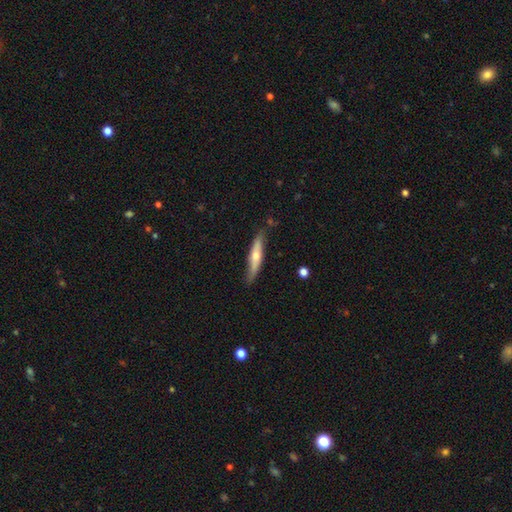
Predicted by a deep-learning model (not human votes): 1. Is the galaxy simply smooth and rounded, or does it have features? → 51% featured or disk, 44% smooth, 6% star or artifact.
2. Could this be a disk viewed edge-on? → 84% yes, 16% no.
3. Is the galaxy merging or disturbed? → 78% none, 18% minor disturbance, 3% major disturbance, 2% merger.